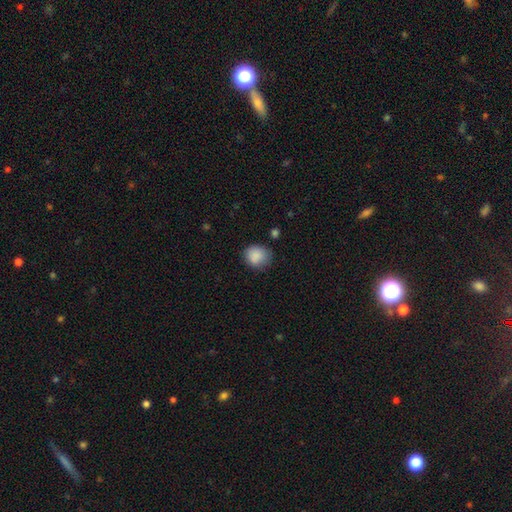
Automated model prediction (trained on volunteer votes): Q: Smooth or featured?
A: smooth (88%); runner-up: star or artifact (8%)
Q: How rounded?
A: round (76%); runner-up: in between (23%)
Q: Merging?
A: none (72%); runner-up: minor disturbance (21%)